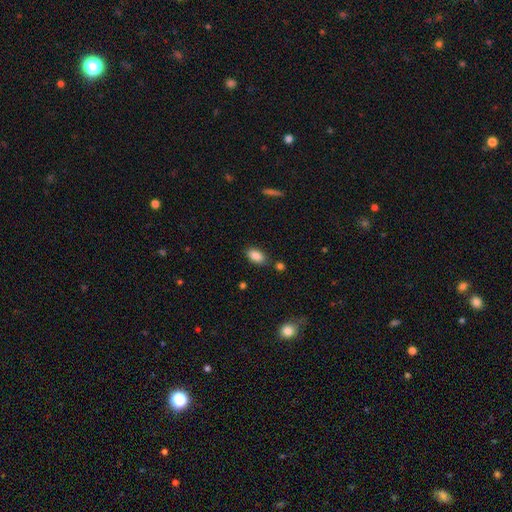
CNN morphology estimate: Smooth or featured?
  - smooth: 87% *
  - star or artifact: 8%
  - featured or disk: 5%
How rounded?
  - in between: 91% *
  - round: 6%
  - cigar-shaped: 3%
Merging?
  - none: 81% *
  - minor disturbance: 12%
  - merger: 4%
  - major disturbance: 3%